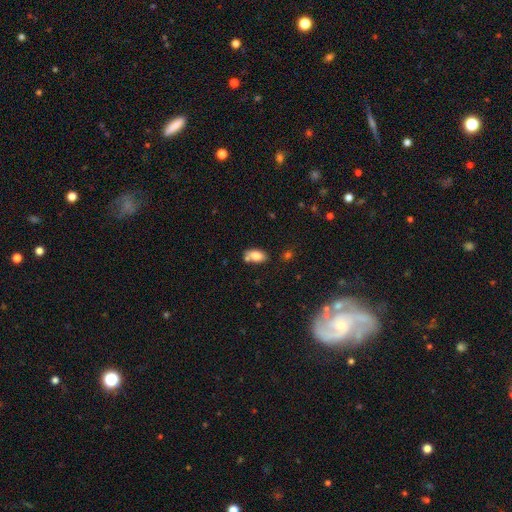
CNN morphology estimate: Smooth or featured? Predicted: smooth (p=0.80). How rounded? Predicted: in between (p=0.90). Merging? Predicted: none (p=0.54).